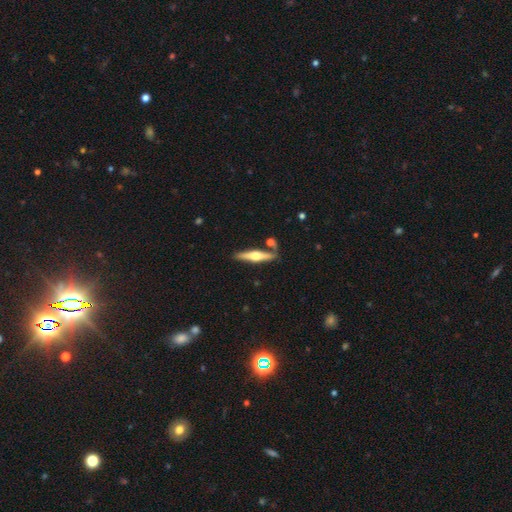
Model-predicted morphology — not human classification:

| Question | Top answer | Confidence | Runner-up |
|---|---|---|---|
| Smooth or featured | featured or disk | 65% | smooth (30%) |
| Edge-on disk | yes | 96% | no (4%) |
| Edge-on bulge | rounded | 93% | boxy (4%) |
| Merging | none | 79% | minor disturbance (11%) |